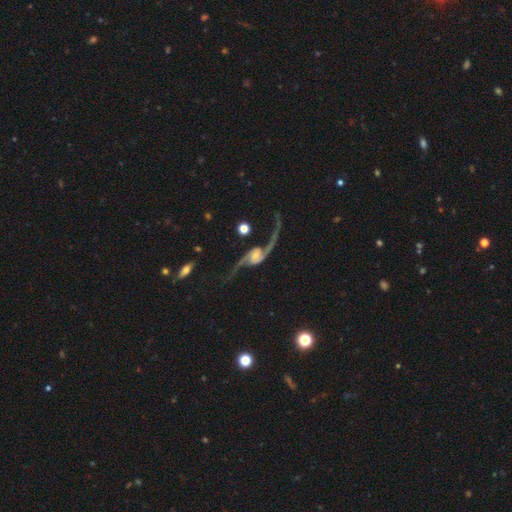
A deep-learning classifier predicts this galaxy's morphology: Smooth or featured? Predicted: featured or disk (p=0.92). Edge-on disk? Predicted: no (p=0.95). Bar? Predicted: no (p=0.46). Spiral arms? Predicted: yes (p=0.98). Spiral winding? Predicted: loose (p=0.86). Spiral arm count? Predicted: 2 (p=0.95). Bulge size? Predicted: small (p=0.45). Merging? Predicted: none (p=0.68).